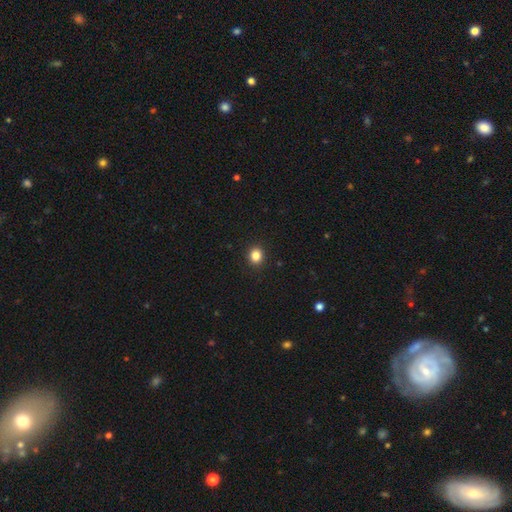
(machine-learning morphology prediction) type=smooth (85%); roundness=round (76%); merging=none (92%).